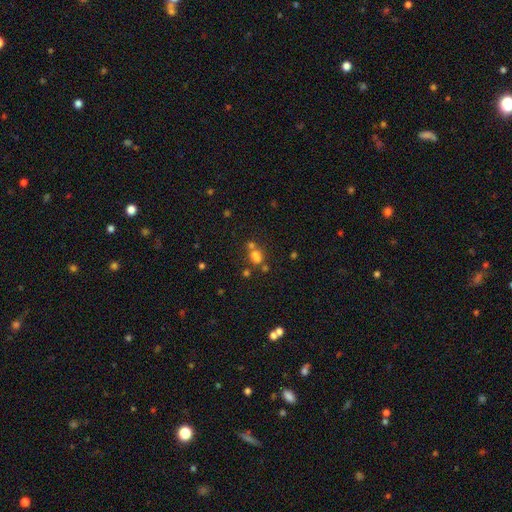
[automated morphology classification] Overall: smooth (62%; star or artifact 23%). How rounded: round (60%; in between 38%). Merging: none (43%; merger 42%).